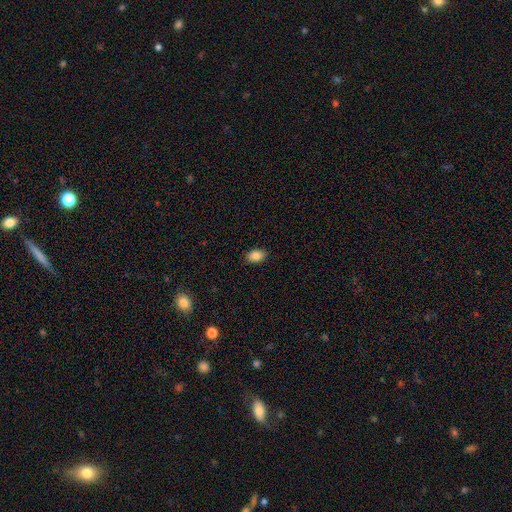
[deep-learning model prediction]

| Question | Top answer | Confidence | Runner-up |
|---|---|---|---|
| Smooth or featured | smooth | 86% | star or artifact (9%) |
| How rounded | in between | 86% | round (13%) |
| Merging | none | 88% | minor disturbance (9%) |